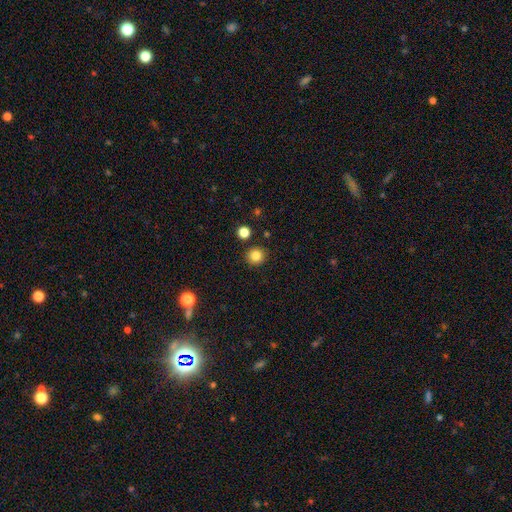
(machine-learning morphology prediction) Smooth or featured: smooth — 83% (star or artifact — 12%)
How rounded: round — 92% (in between — 7%)
Merging: none — 89% (minor disturbance — 6%)